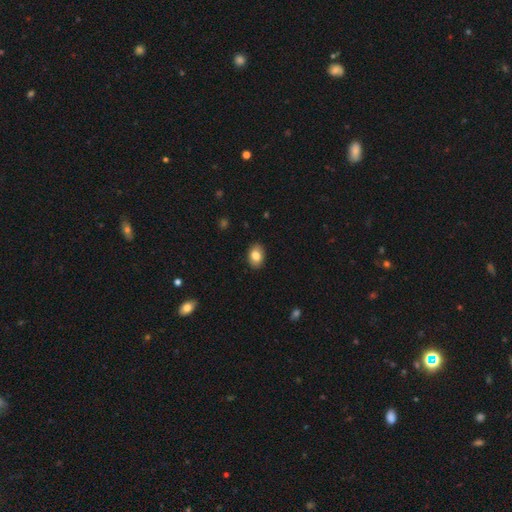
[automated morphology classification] smooth_or_featured: smooth (p=0.83) [alt: featured or disk p=0.09]
how_rounded: in between (p=0.78) [alt: round p=0.21]
merging: none (p=0.89) [alt: minor disturbance p=0.08]